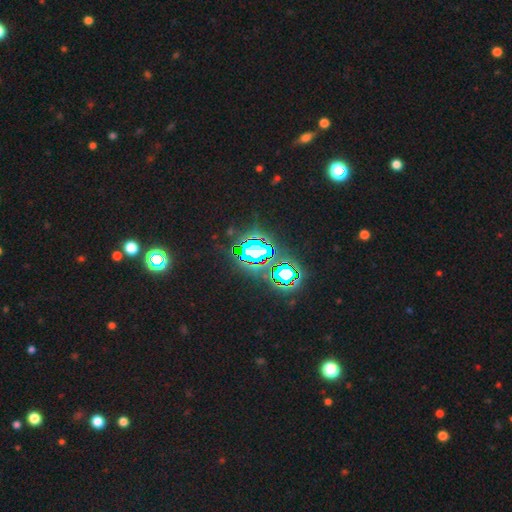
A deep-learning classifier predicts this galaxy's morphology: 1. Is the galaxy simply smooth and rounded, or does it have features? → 80% star or artifact, 12% smooth, 8% featured or disk.